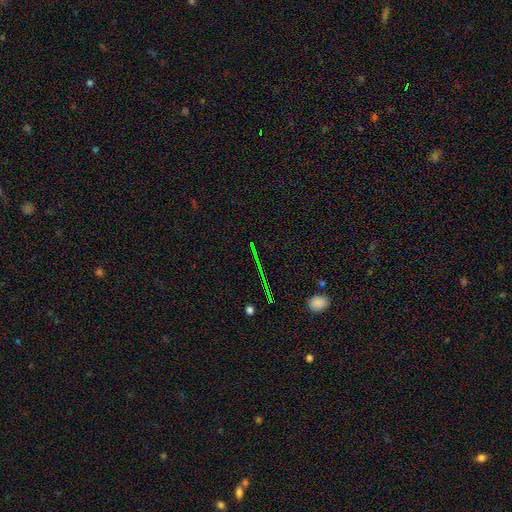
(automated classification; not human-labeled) Q: Smooth or featured?
A: star or artifact (75%); runner-up: featured or disk (13%)